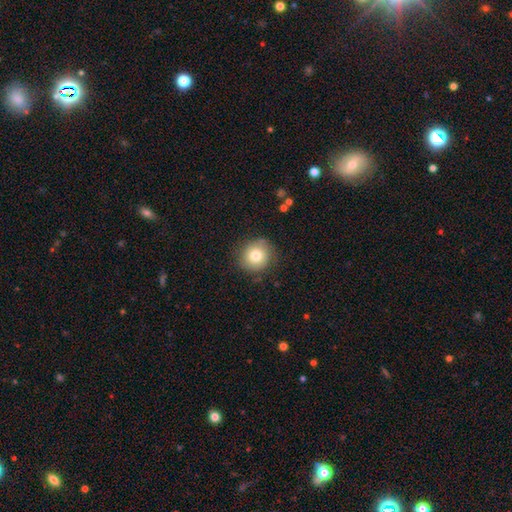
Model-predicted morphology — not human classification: Smooth or featured?
  - smooth: 78% *
  - featured or disk: 12%
  - star or artifact: 10%
How rounded?
  - round: 90% *
  - in between: 9%
  - cigar-shaped: 1%
Merging?
  - none: 84% *
  - minor disturbance: 12%
  - major disturbance: 3%
  - merger: 2%